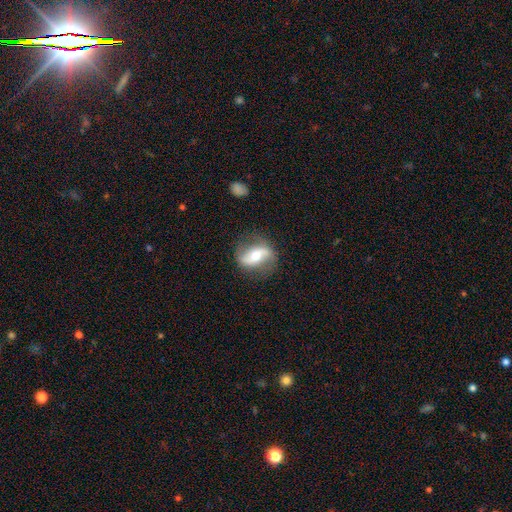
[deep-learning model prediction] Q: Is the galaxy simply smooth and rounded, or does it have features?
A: featured or disk — 70%.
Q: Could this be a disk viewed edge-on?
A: no — 91%.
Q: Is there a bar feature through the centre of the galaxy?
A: strong — 39%.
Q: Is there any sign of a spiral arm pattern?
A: yes — 82%.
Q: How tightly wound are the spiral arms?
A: loose — 68%.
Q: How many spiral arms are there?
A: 2 — 89%.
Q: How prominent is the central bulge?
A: moderate — 67%.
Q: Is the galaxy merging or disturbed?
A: none — 75%.